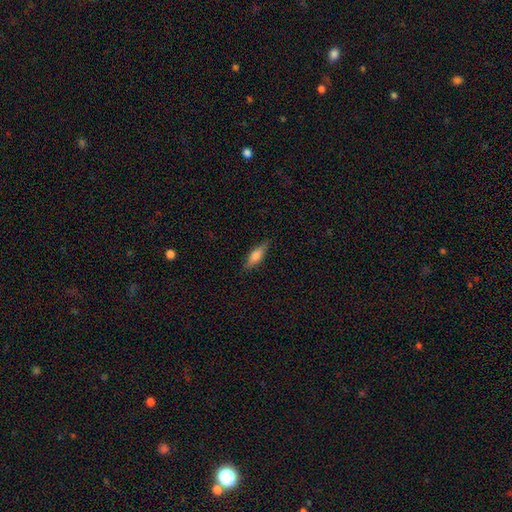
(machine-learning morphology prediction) Smooth or featured: smooth — 70% (featured or disk — 23%)
How rounded: in between — 51% (cigar-shaped — 46%)
Merging: none — 84% (minor disturbance — 12%)